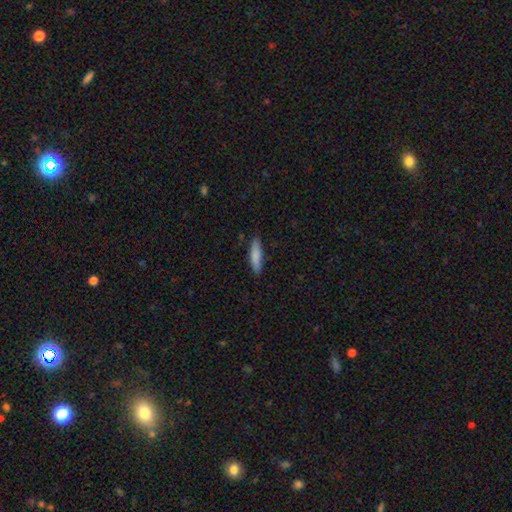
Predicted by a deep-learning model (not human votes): Morphology: type=smooth (83%); roundness=cigar-shaped (73%); merging=none (85%).